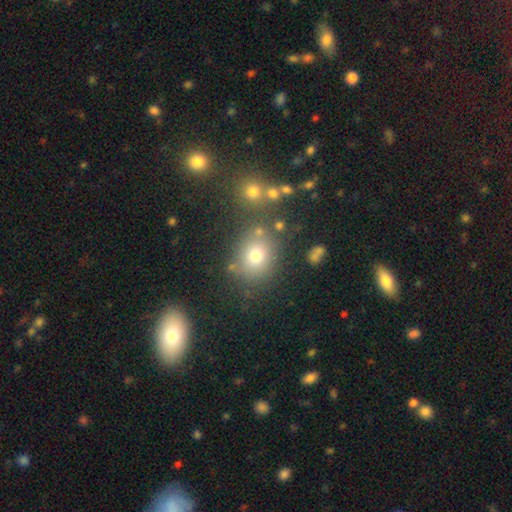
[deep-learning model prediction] Smooth or featured?
  - smooth: 72% *
  - star or artifact: 17%
  - featured or disk: 11%
How rounded?
  - round: 65% *
  - in between: 34%
  - cigar-shaped: 1%
Merging?
  - none: 72% *
  - minor disturbance: 12%
  - merger: 11%
  - major disturbance: 5%